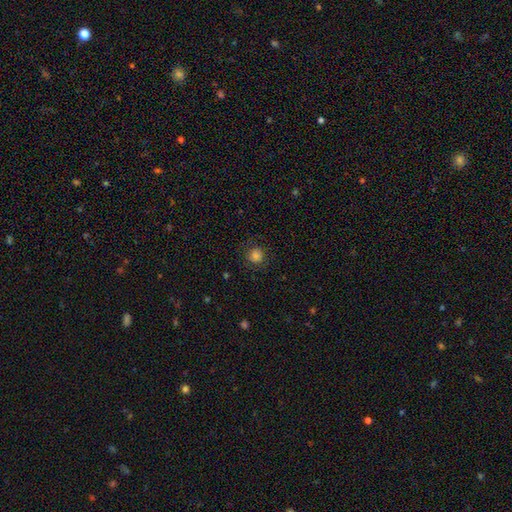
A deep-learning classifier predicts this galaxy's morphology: Smooth or featured? smooth (79%)
How rounded? round (88%)
Merging? none (80%)